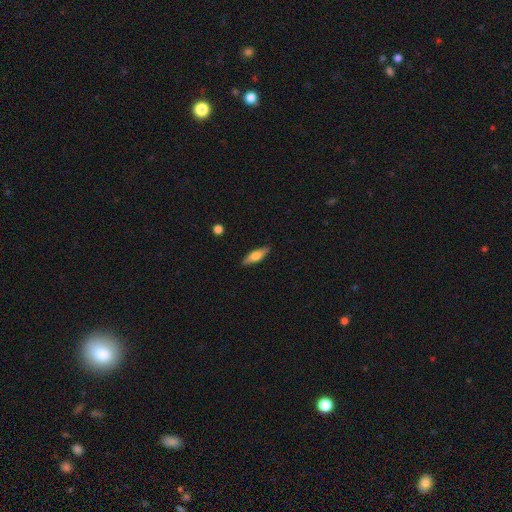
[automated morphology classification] This is possibly a smooth galaxy (52%). How rounded: possibly cigar-shaped (60%). Merging: clearly none (88%).